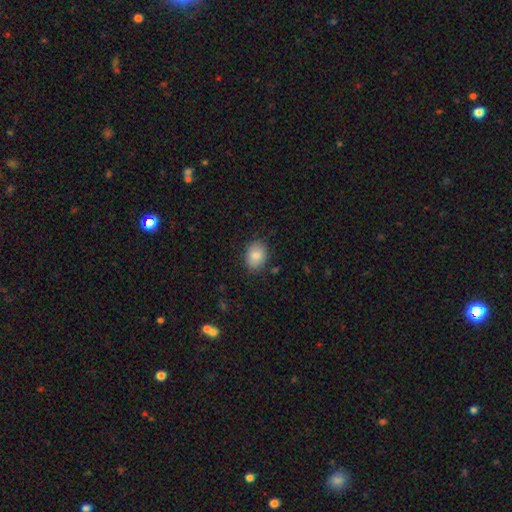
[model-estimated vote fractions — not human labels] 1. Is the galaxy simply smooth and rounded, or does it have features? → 87% smooth, 7% star or artifact, 6% featured or disk.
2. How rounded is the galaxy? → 63% in between, 36% round, 1% cigar-shaped.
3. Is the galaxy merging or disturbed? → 84% none, 12% minor disturbance, 3% major disturbance, 1% merger.